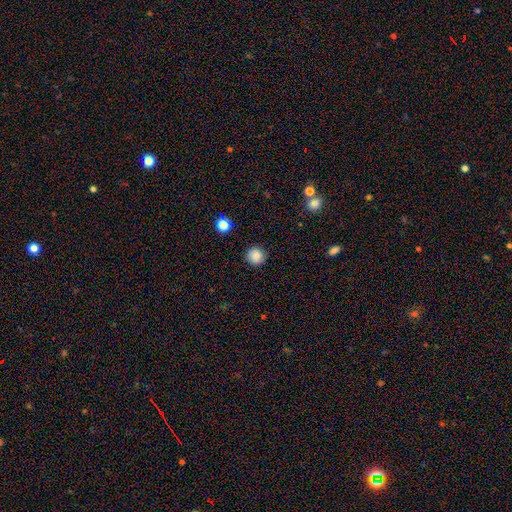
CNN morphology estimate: A smooth galaxy with no disk features (85%) that is round (93%).

Vote fractions:
- Smooth or featured? smooth: 85% / star or artifact: 11% / featured or disk: 4%
- How rounded? round: 93% / in between: 6% / cigar-shaped: 1%
- Merging? none: 90% / minor disturbance: 7% / major disturbance: 2% / merger: 1%